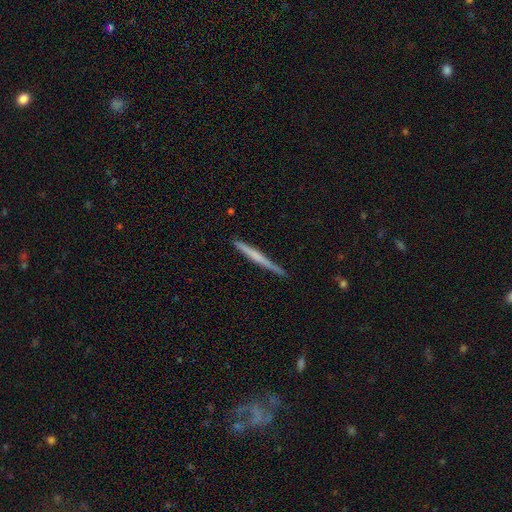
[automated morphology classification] Smooth or featured? smooth (48%)
Merging? none (88%)